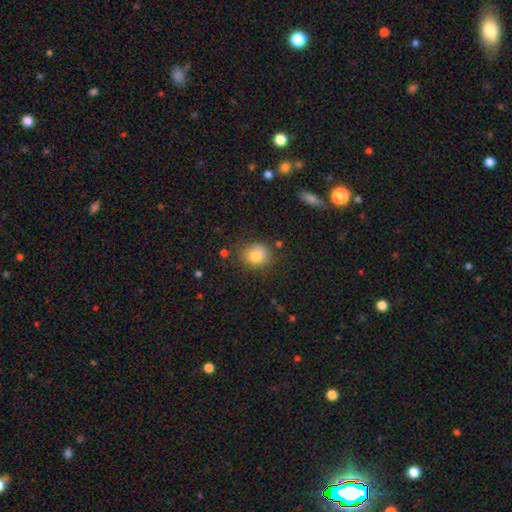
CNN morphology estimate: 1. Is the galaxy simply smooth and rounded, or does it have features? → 83% smooth, 10% star or artifact, 8% featured or disk.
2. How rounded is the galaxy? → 70% round, 29% in between, 1% cigar-shaped.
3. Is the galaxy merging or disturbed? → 73% none, 19% minor disturbance, 5% major disturbance, 3% merger.